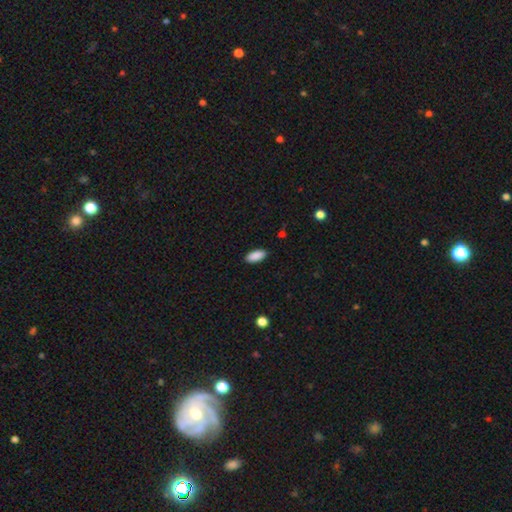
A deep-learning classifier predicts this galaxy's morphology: Smooth or featured: smooth — 90% (star or artifact — 7%)
How rounded: in between — 89% (cigar-shaped — 10%)
Merging: none — 89% (minor disturbance — 8%)